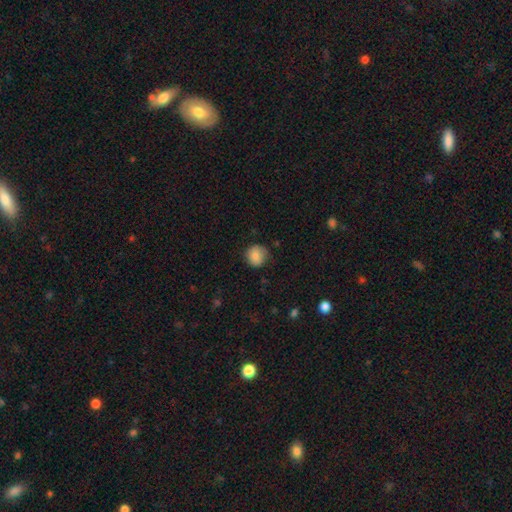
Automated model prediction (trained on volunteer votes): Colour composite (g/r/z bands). It shows a smooth galaxy with no disk features (85%) that is round (87%). Merging: none (76%).